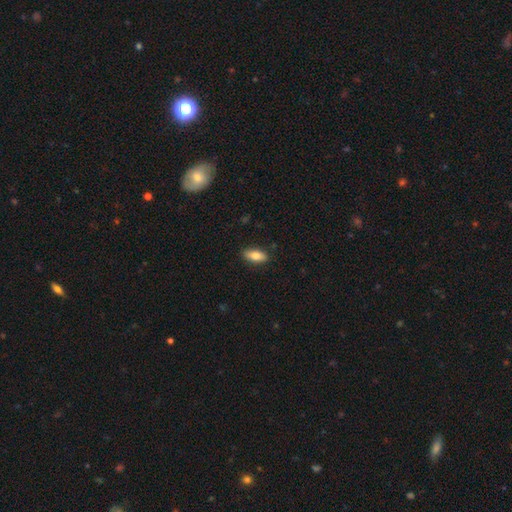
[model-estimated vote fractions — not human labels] Q: Smooth or featured?
A: smooth (79%); runner-up: featured or disk (14%)
Q: How rounded?
A: in between (82%); runner-up: cigar-shaped (16%)
Q: Merging?
A: none (88%); runner-up: minor disturbance (9%)